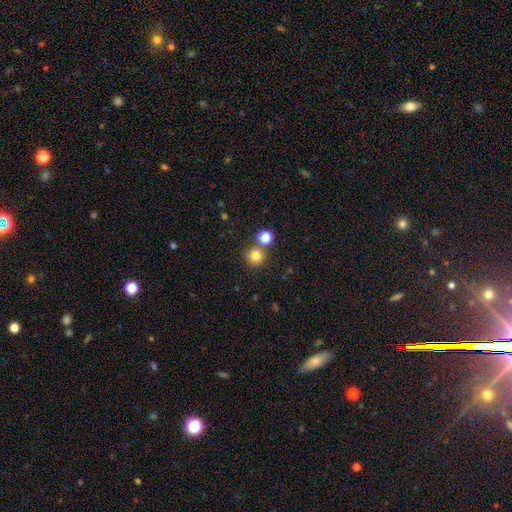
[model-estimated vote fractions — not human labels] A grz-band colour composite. It shows a smooth galaxy with no disk features (79%) that is round (94%). Merging: none (78%).